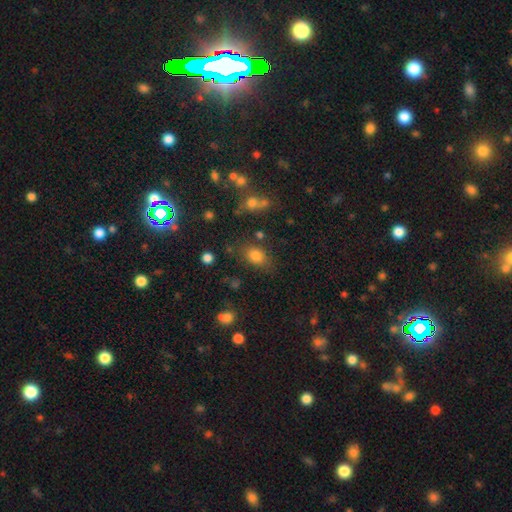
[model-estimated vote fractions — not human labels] The model was most divided on "how rounded": in between: 72%, round: 26%, cigar-shaped: 2%. More confident: smooth or featured — smooth (79%); merging — none (73%).